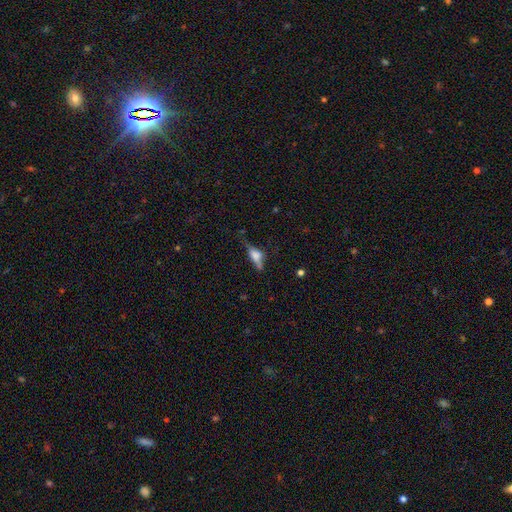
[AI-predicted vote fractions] smooth_or_featured: smooth (p=0.47) [alt: featured or disk p=0.42]
merging: none (p=0.50) [alt: minor disturbance p=0.27]